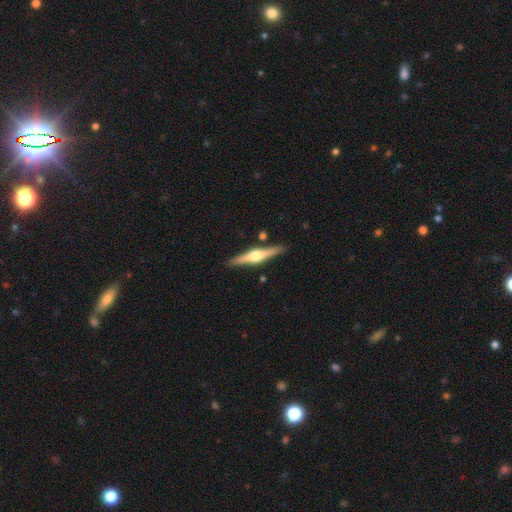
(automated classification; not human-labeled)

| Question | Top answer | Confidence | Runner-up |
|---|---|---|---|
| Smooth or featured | featured or disk | 74% | smooth (21%) |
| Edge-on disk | yes | 98% | no (2%) |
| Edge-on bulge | rounded | 93% | boxy (5%) |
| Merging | none | 89% | minor disturbance (7%) |